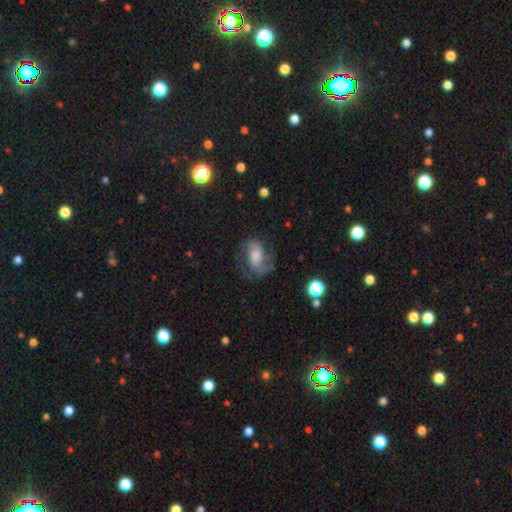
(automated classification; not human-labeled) The model was most divided on "bar": no: 44%, weak: 41%, strong: 16%. Remaining: edge-on disk — no (97%); spiral arms — yes (93%); spiral arm count — 2 (85%); smooth or featured — featured or disk (73%); merging — none (66%); spiral winding — medium (52%); bulge size — moderate (33%).